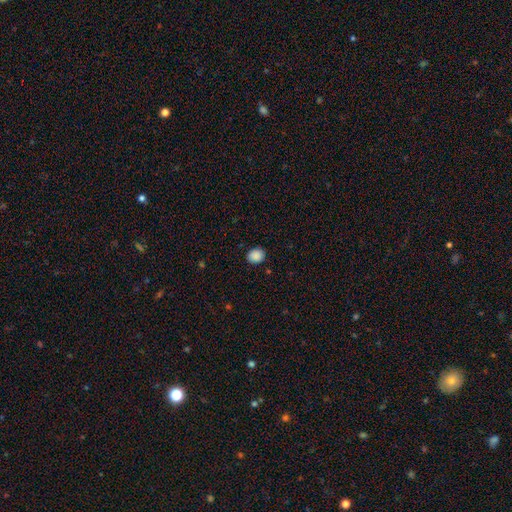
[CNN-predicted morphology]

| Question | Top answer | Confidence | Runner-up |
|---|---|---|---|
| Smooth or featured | smooth | 89% | star or artifact (9%) |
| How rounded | round | 64% | in between (35%) |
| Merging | none | 89% | minor disturbance (7%) |